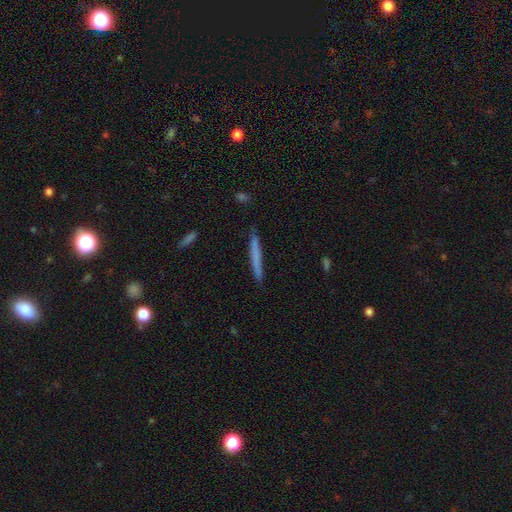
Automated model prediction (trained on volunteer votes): smooth_or_featured: smooth (p=0.65) [alt: featured or disk p=0.28]
how_rounded: cigar-shaped (p=0.97) [alt: in between p=0.02]
merging: none (p=0.89) [alt: minor disturbance p=0.08]